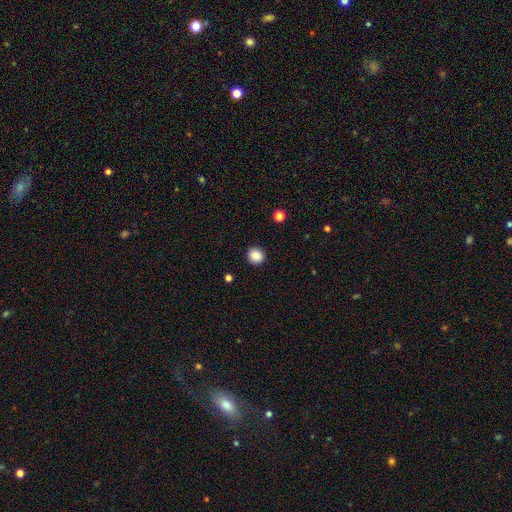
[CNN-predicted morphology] Q: Smooth or featured?
A: smooth (86%); runner-up: star or artifact (10%)
Q: How rounded?
A: round (91%); runner-up: in between (8%)
Q: Merging?
A: none (92%); runner-up: minor disturbance (5%)